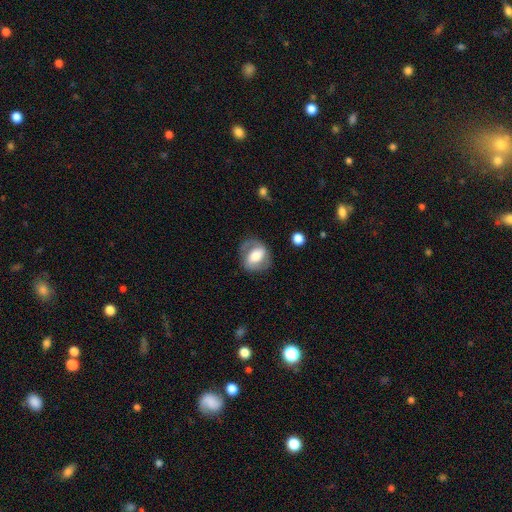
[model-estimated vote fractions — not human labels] Q: Smooth or featured?
A: featured or disk (54%); runner-up: smooth (39%)
Q: Edge-on disk?
A: no (95%); runner-up: yes (5%)
Q: Bar?
A: weak (36%); runner-up: strong (34%)
Q: Spiral arms?
A: yes (72%); runner-up: no (28%)
Q: Bulge size?
A: moderate (53%); runner-up: large (26%)
Q: Merging?
A: none (69%); runner-up: minor disturbance (18%)